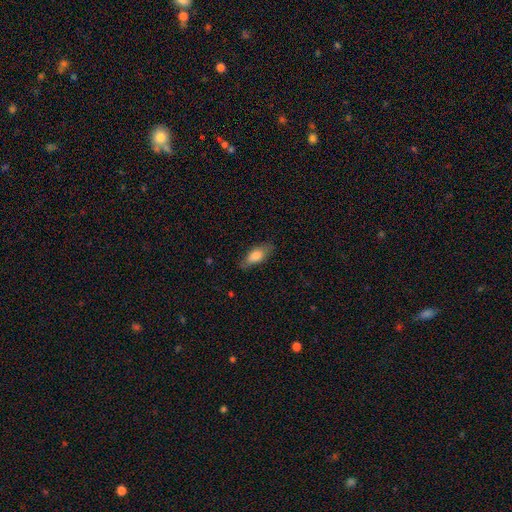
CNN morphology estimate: This is likely a smooth galaxy (76%). How rounded: likely in between (79%). Merging: likely none (75%).